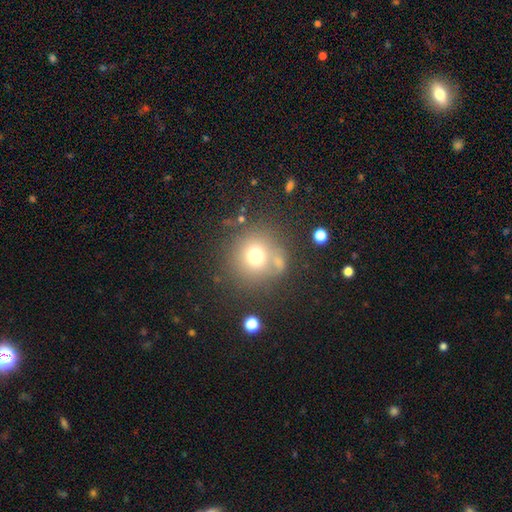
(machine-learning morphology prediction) This is likely a smooth galaxy (71%). How rounded: clearly round (90%). Merging: likely none (70%).